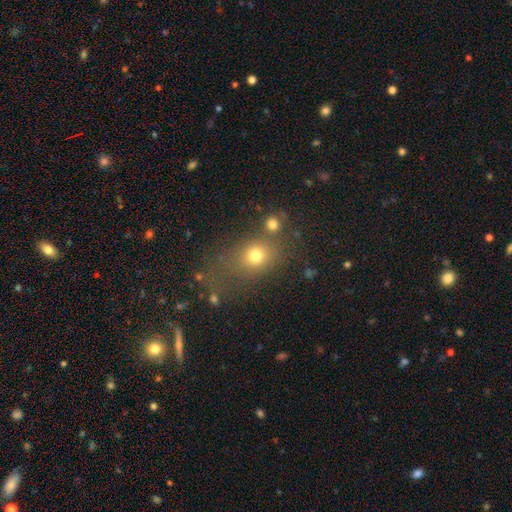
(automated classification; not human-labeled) Smooth or featured? Predicted: smooth (p=0.70). How rounded? Predicted: round (p=0.50). Merging? Predicted: none (p=0.57).